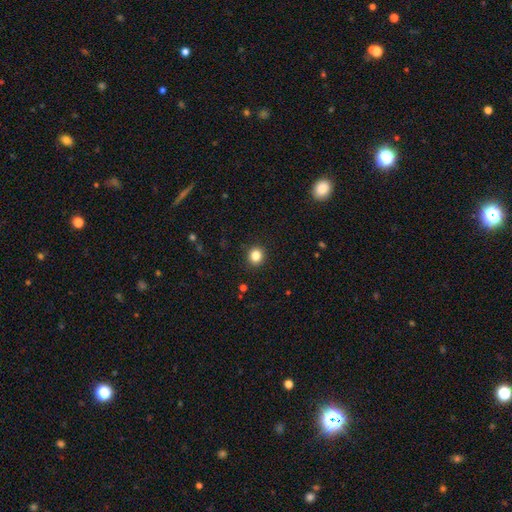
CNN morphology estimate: type=smooth (83%); roundness=round (87%); merging=none (92%).